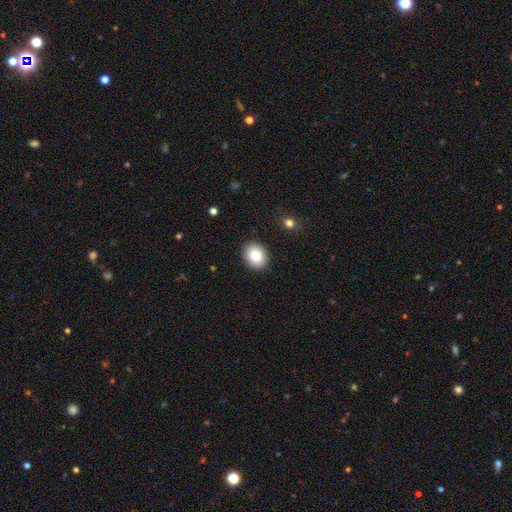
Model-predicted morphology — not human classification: A smooth galaxy with no disk features (82%) that is round (54%). Merging: none (90%).